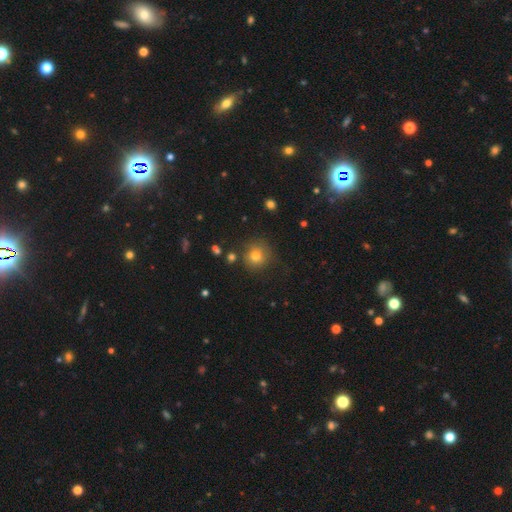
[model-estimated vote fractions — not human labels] Overall: smooth (74%). How rounded: round (91%). Merging: none (77%).